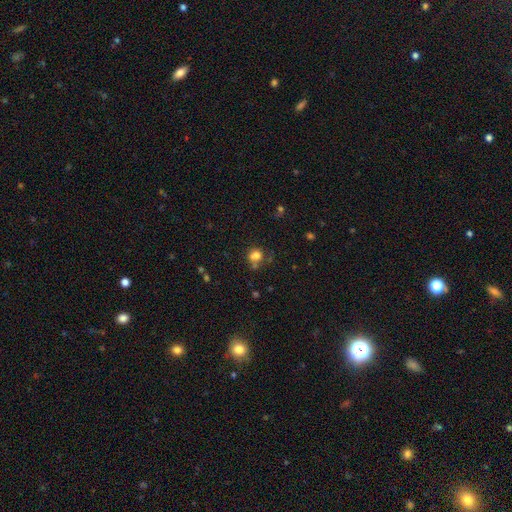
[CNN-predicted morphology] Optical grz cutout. It shows a smooth galaxy with no disk features (78%) that is round (75%). Merging: none (54%).